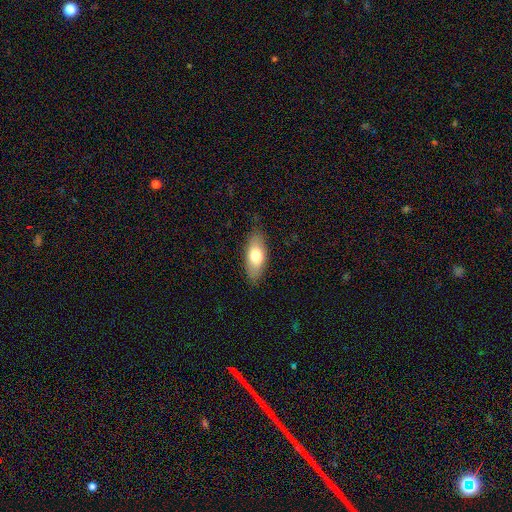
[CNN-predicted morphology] Q: Smooth or featured?
A: smooth (73%); runner-up: featured or disk (21%)
Q: How rounded?
A: in between (81%); runner-up: cigar-shaped (16%)
Q: Merging?
A: none (85%); runner-up: minor disturbance (11%)